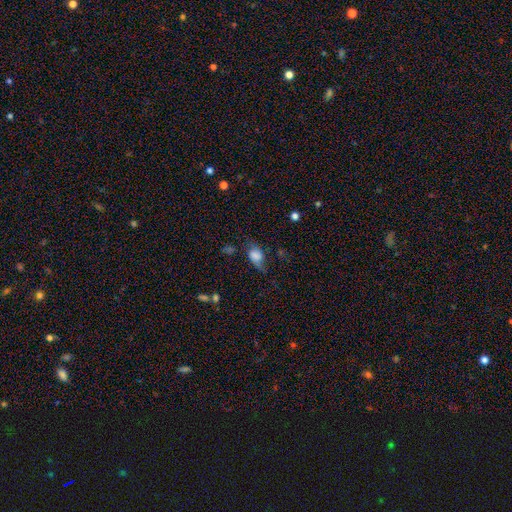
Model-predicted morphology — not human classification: A smooth galaxy with no disk features (65%) that is in between round and cigar-shaped (77%). Merging: none (45%).